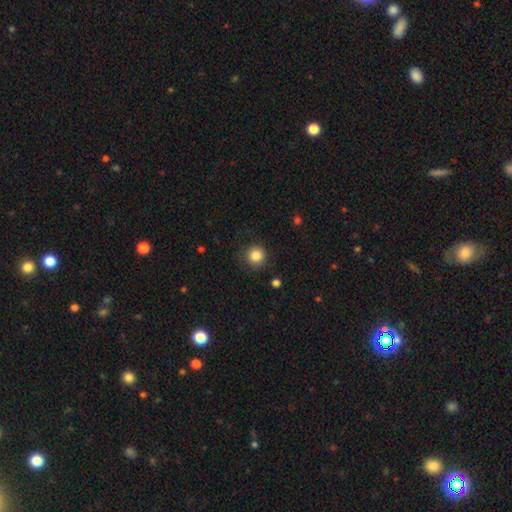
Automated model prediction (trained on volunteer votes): Morphology: type=smooth (85%); roundness=round (94%); merging=none (89%).